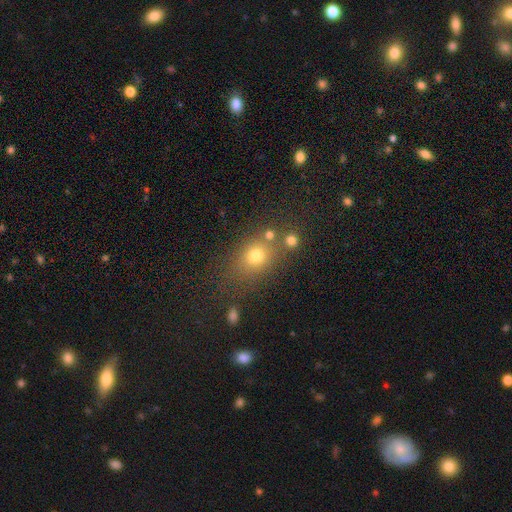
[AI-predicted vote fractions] A smooth galaxy with no disk features (72%) that is in between round and cigar-shaped (49%, tied with round). Merging: none (66%).